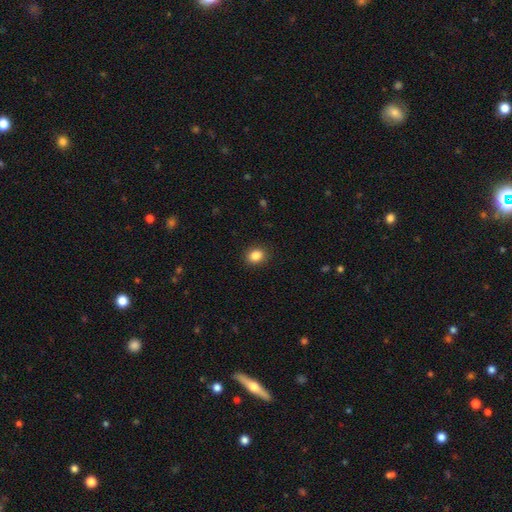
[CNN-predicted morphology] smooth 87%, star or artifact 9%, featured or disk 4%. Down the decision tree: how rounded — round (51%); merging — none (89%).